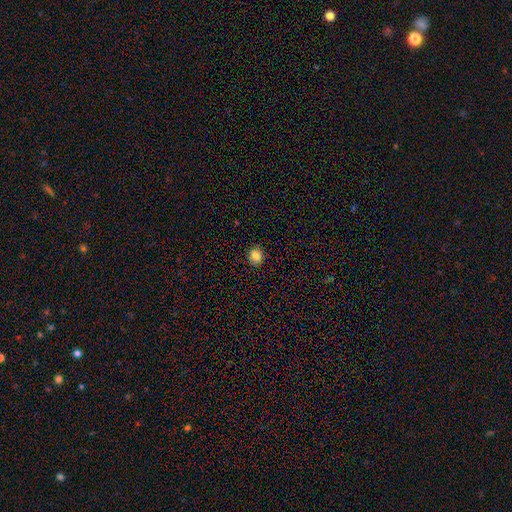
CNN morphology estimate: smooth 83%, star or artifact 12%, featured or disk 5%. Down the decision tree: how rounded — round (67%); merging — none (88%).